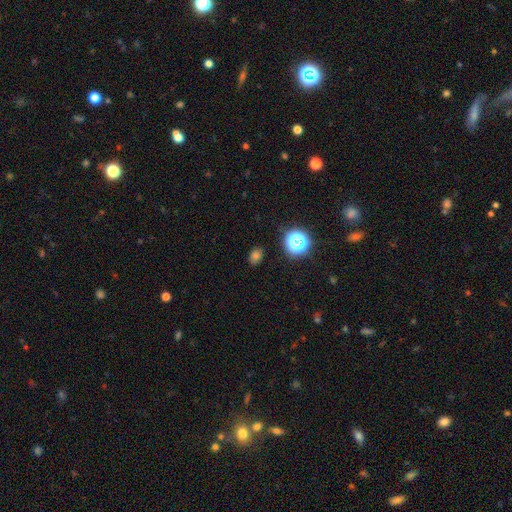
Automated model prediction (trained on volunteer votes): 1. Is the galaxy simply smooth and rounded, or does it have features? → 66% smooth, 28% star or artifact, 6% featured or disk.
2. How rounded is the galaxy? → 61% in between, 37% round, 2% cigar-shaped.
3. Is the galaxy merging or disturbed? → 85% none, 10% minor disturbance, 3% major disturbance, 2% merger.